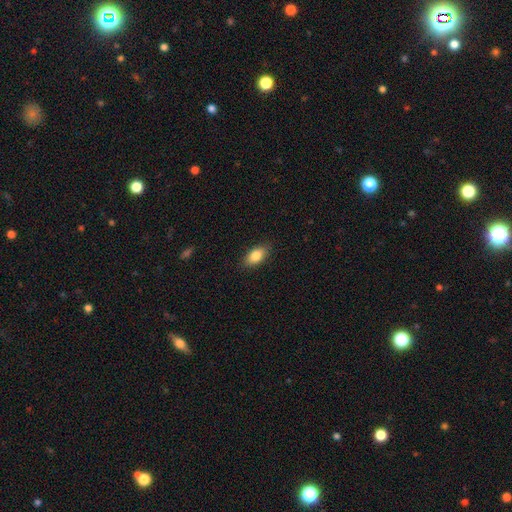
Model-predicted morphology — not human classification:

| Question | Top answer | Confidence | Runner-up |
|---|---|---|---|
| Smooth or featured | smooth | 83% | featured or disk (10%) |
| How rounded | in between | 89% | cigar-shaped (6%) |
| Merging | none | 86% | minor disturbance (11%) |